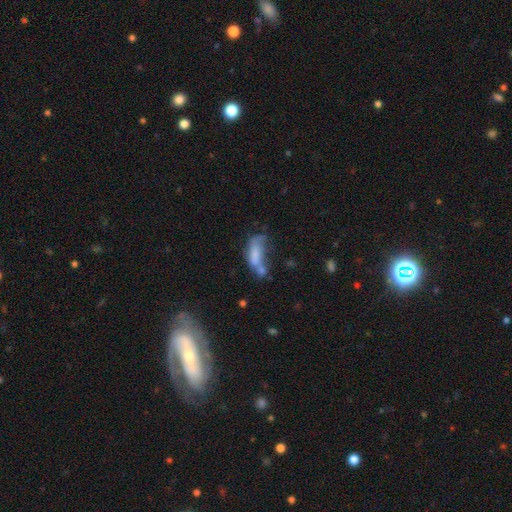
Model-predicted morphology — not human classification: Overall: smooth (58%; featured or disk 30%). How rounded: in between (70%). Merging: merger (32%; major disturbance 28%).